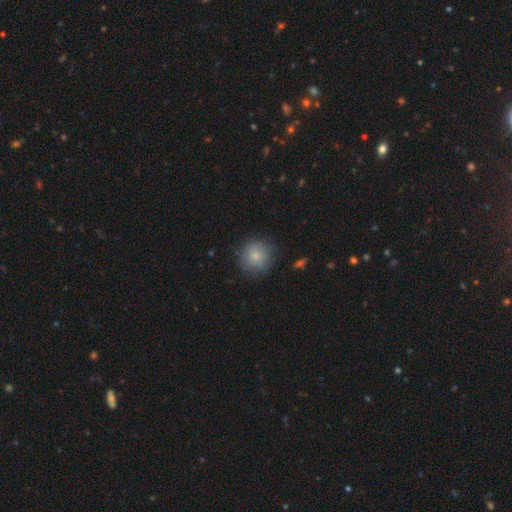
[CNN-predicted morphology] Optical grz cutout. It shows a smooth galaxy with no disk features (80%) that is round (92%). Merging: none (83%).